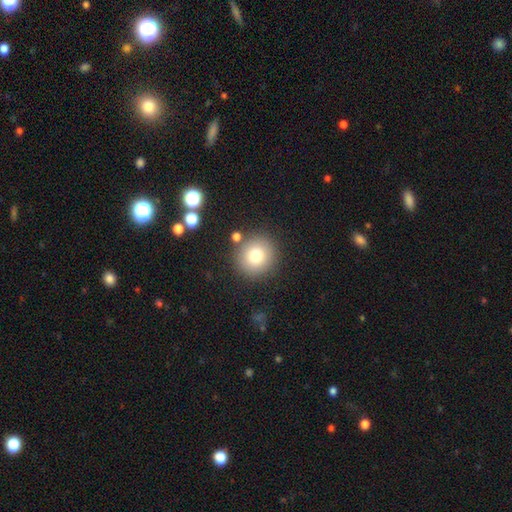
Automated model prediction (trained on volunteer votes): Smooth or featured? smooth (78%)
How rounded? round (91%)
Merging? none (84%)